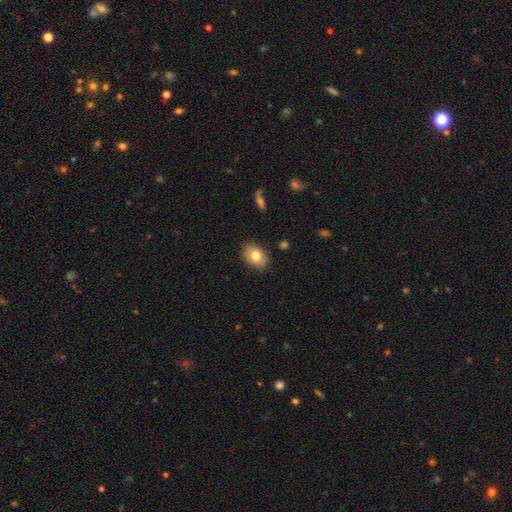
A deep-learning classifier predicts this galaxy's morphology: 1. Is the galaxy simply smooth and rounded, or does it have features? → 78% smooth, 14% featured or disk, 8% star or artifact.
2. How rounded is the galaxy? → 78% in between, 21% round, 1% cigar-shaped.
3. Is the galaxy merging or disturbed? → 86% none, 10% minor disturbance, 2% major disturbance, 1% merger.